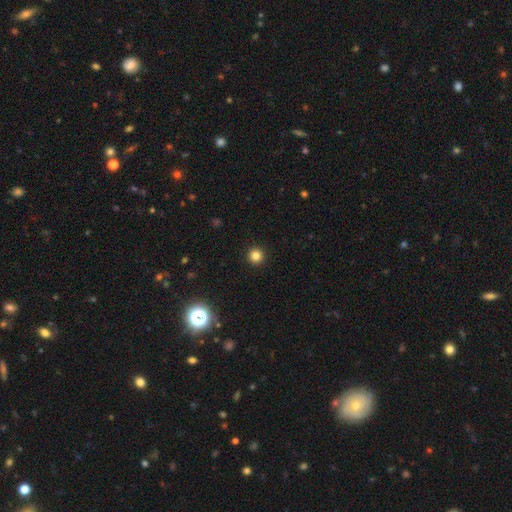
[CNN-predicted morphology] smooth_or_featured: smooth (p=0.83) [alt: star or artifact p=0.13]
how_rounded: round (p=0.96) [alt: in between p=0.03]
merging: none (p=0.93) [alt: minor disturbance p=0.04]